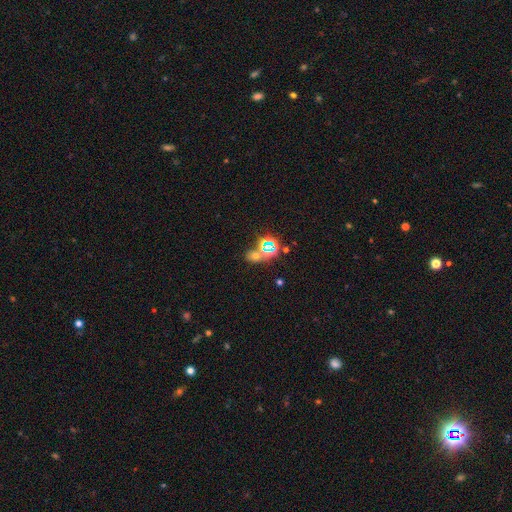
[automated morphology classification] smooth_or_featured: star or artifact (p=0.46) [alt: smooth p=0.43]